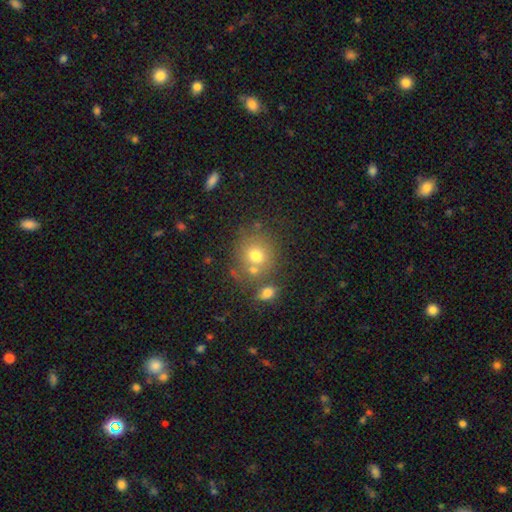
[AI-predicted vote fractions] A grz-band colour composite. It shows a smooth galaxy with no disk features (70%) that is round (80%). Merging: none (57%).